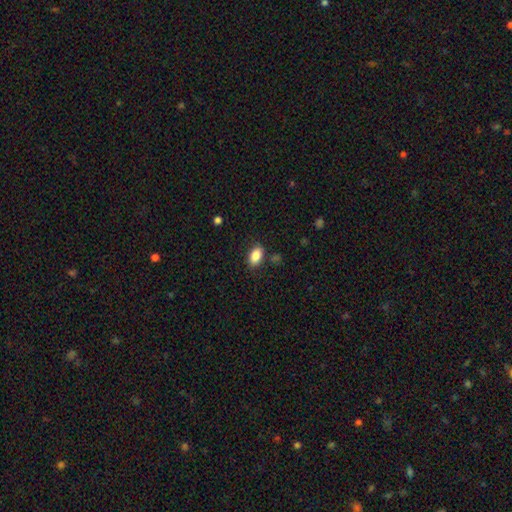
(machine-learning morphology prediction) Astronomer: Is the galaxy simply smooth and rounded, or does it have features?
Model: smooth — 87%.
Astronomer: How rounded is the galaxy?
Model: in between — 90%.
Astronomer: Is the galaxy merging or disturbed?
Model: none — 82%.